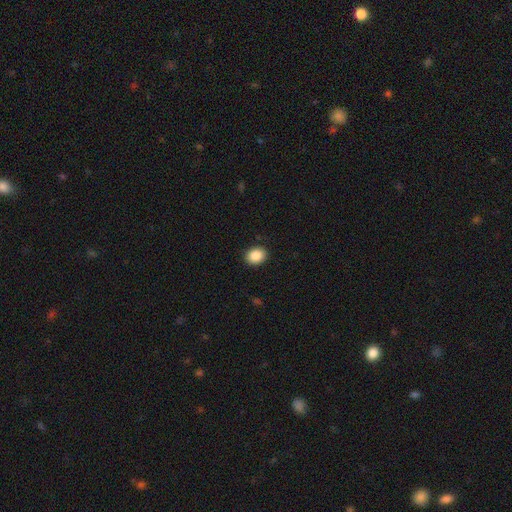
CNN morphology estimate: Smooth or featured?
  - smooth: 88% *
  - star or artifact: 8%
  - featured or disk: 4%
How rounded?
  - round: 52% *
  - in between: 47%
  - cigar-shaped: 1%
Merging?
  - none: 89% *
  - minor disturbance: 8%
  - major disturbance: 2%
  - merger: 1%